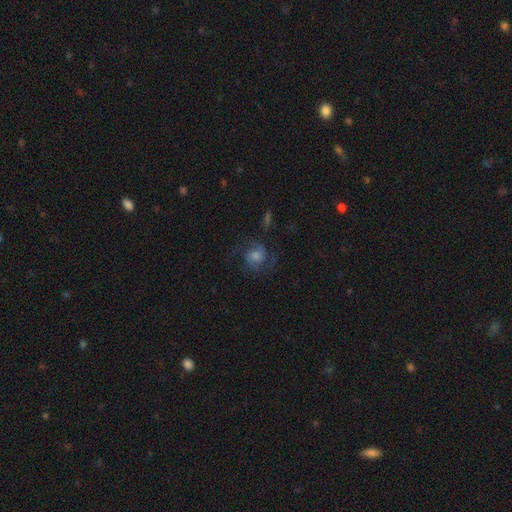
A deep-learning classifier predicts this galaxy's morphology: type=featured or disk (69%); edge-on=no (97%); bar=no (64%); spiral arms=yes (94%); winding=medium (51%); arm count=2 (73%); bulge=moderate (45%); merging=none (72%).